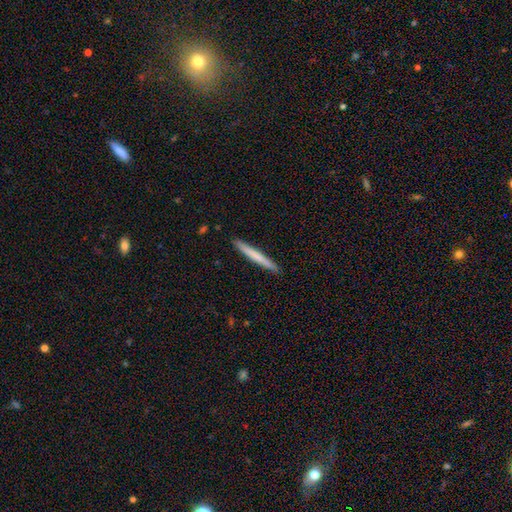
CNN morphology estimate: A smooth galaxy with no disk features (66%) that is cigar-shaped (97%). Merging: none (92%).